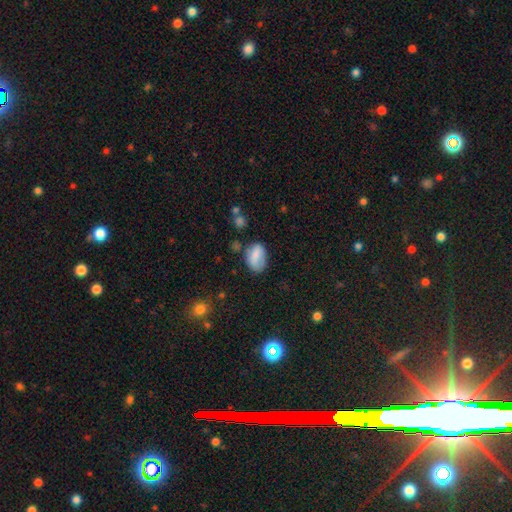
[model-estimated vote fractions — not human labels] The model was most divided on "merging": none: 60%, minor disturbance: 27%, major disturbance: 9%, merger: 5%. More confident: how rounded — in between (86%); smooth or featured — smooth (77%).